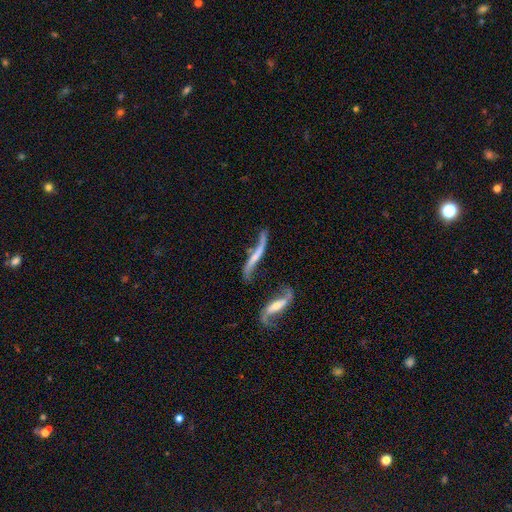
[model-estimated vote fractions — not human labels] Morphology: type=featured or disk (74%); edge-on=no (60%); merging=none (40%).